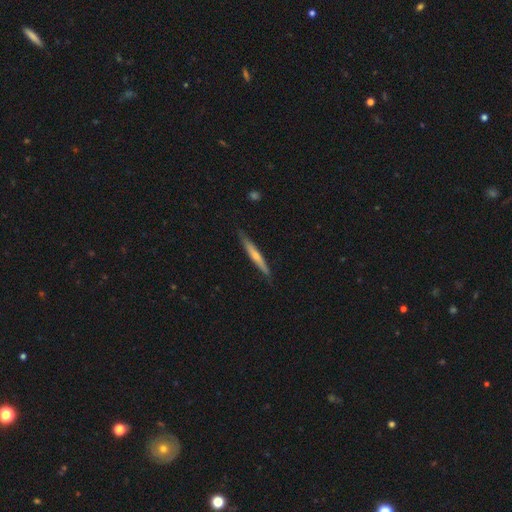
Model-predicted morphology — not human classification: smooth_or_featured: smooth (p=0.48) [alt: featured or disk p=0.47]
merging: none (p=0.84) [alt: minor disturbance p=0.13]